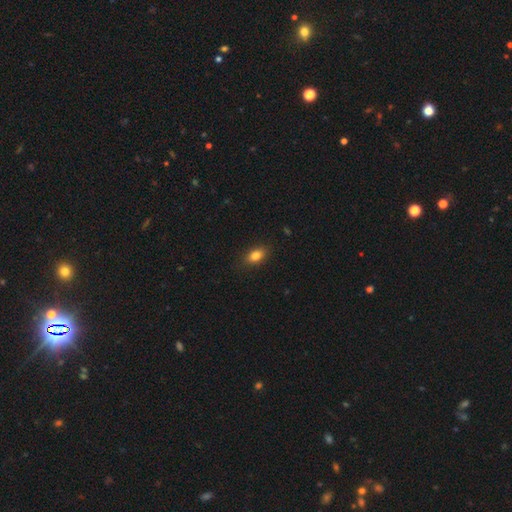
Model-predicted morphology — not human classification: Overall: smooth (82%). How rounded: in between (82%). Merging: none (86%).